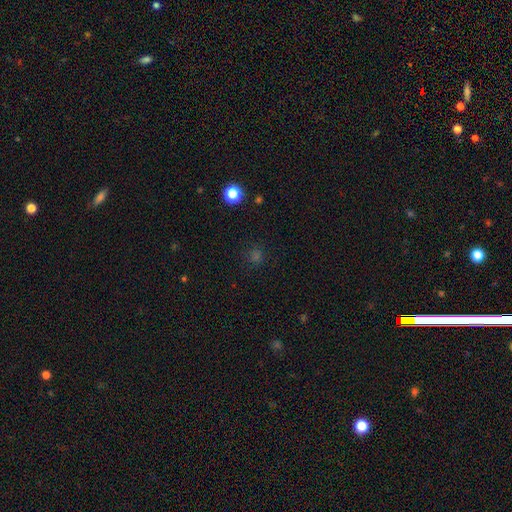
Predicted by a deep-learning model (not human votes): smooth_or_featured: smooth (p=0.57) [alt: star or artifact p=0.38]
how_rounded: round (p=0.93) [alt: in between p=0.06]
merging: none (p=0.88) [alt: minor disturbance p=0.07]